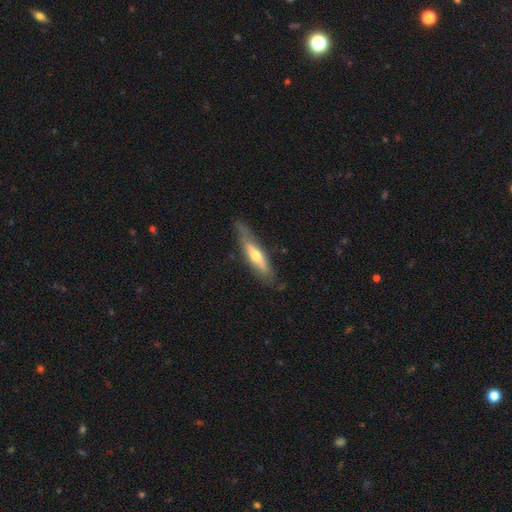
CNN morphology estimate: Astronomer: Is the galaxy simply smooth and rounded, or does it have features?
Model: featured or disk — 53% (runner-up: smooth, 42%).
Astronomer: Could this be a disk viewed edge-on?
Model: yes — 77%.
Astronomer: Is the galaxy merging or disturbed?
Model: none — 68%.